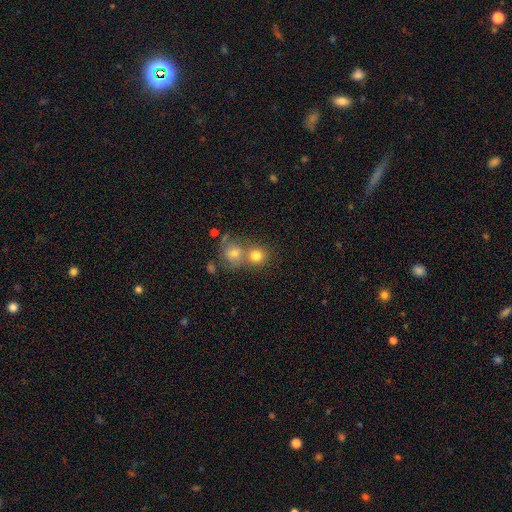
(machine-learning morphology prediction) This appears to be a smooth galaxy with no disk features (78%) that is round (84%). Merging: merger (46%).